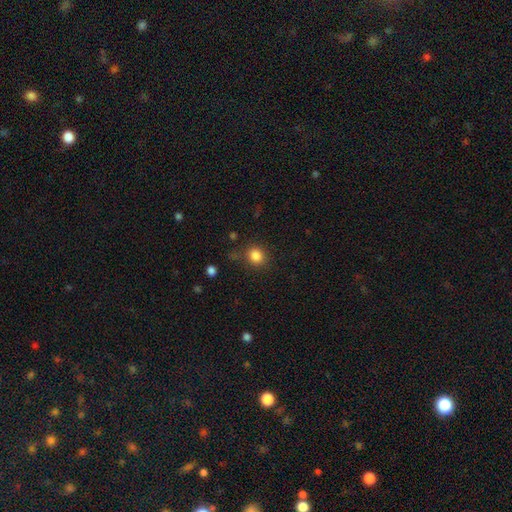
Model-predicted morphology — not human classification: Smooth or featured? smooth (84%)
How rounded? round (77%)
Merging? none (80%)